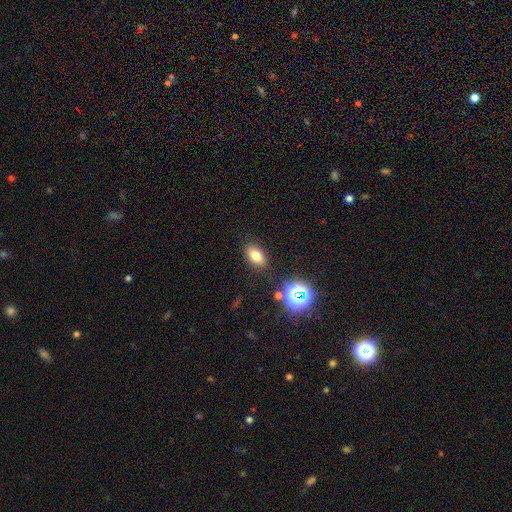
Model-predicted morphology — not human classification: Smooth or featured: smooth — 74% (star or artifact — 15%)
How rounded: in between — 83% (round — 14%)
Merging: none — 84% (minor disturbance — 10%)